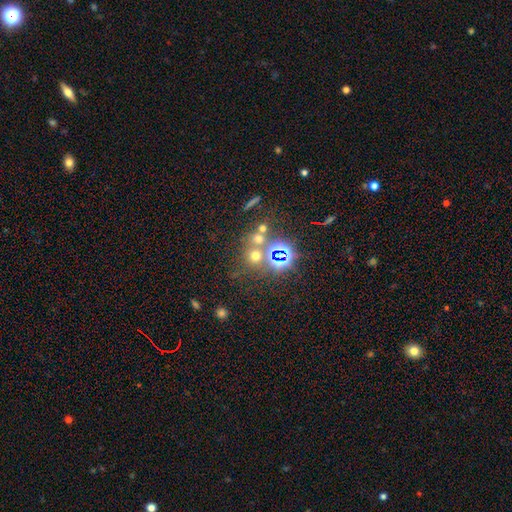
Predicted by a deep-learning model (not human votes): This appears to be a smooth galaxy with no disk features (50%). Merging: none (61%).